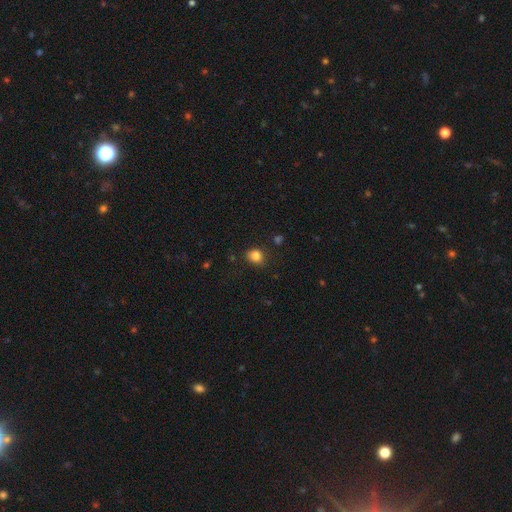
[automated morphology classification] A smooth galaxy with no disk features (85%) that is round (54%).

Vote fractions:
- Smooth or featured? smooth: 85% / star or artifact: 11% / featured or disk: 4%
- How rounded? round: 54% / in between: 45% / cigar-shaped: 1%
- Merging? none: 75% / minor disturbance: 18% / major disturbance: 5% / merger: 2%